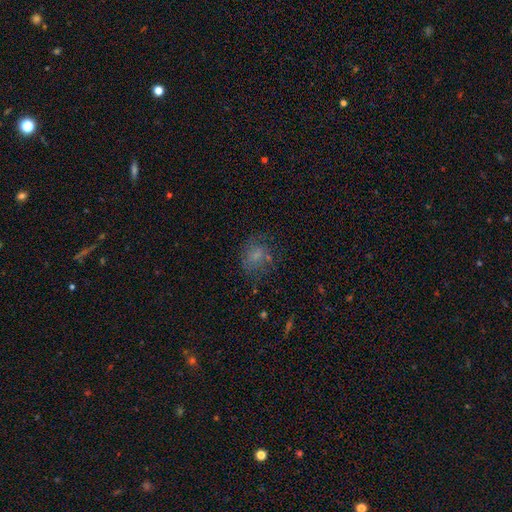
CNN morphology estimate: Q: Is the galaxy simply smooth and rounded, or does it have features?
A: smooth — 61%.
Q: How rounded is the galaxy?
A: round — 54%.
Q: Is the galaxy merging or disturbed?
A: none — 56%.